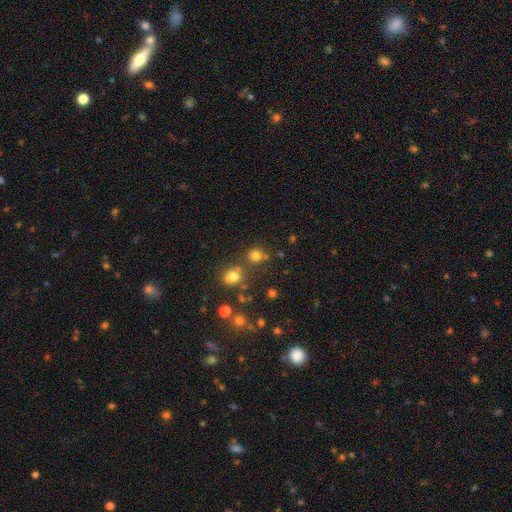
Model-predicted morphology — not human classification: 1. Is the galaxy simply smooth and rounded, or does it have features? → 74% smooth, 19% star or artifact, 8% featured or disk.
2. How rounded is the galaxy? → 85% round, 14% in between, 1% cigar-shaped.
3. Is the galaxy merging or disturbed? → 64% none, 21% merger, 10% minor disturbance, 5% major disturbance.